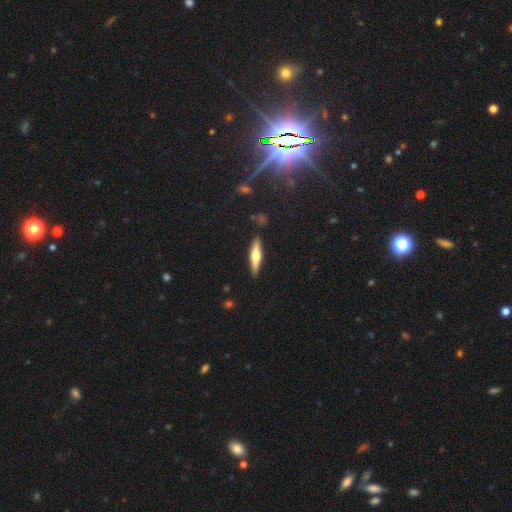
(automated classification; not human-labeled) smooth-or-featured: featured or disk: 52% | smooth: 42% | star or artifact: 6%
  disk-edge-on: yes: 95% | no: 5%
  merging: none: 89% | minor disturbance: 8% | major disturbance: 2% | merger: 2%